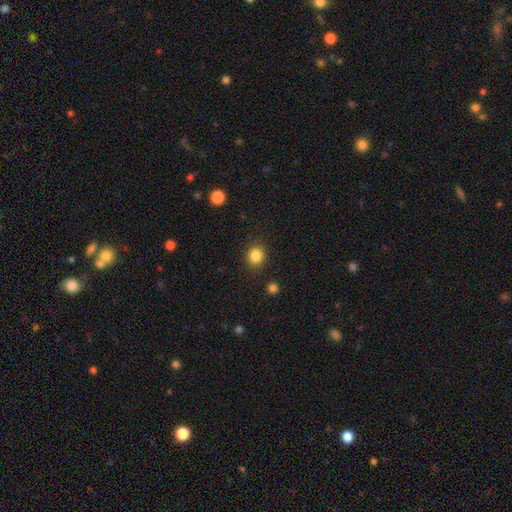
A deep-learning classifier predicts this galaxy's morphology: smooth_or_featured: smooth (p=0.85) [alt: star or artifact p=0.11]
how_rounded: round (p=0.83) [alt: in between p=0.16]
merging: none (p=0.89) [alt: minor disturbance p=0.07]